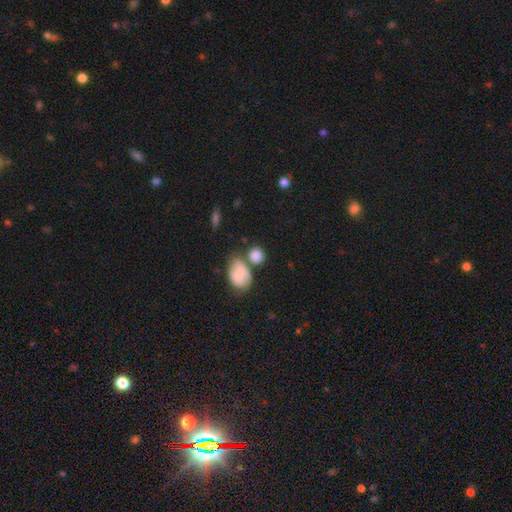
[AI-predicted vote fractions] smooth_or_featured: smooth (p=0.80) [alt: featured or disk p=0.11]
how_rounded: round (p=0.70) [alt: in between p=0.29]
merging: none (p=0.53) [alt: merger p=0.26]